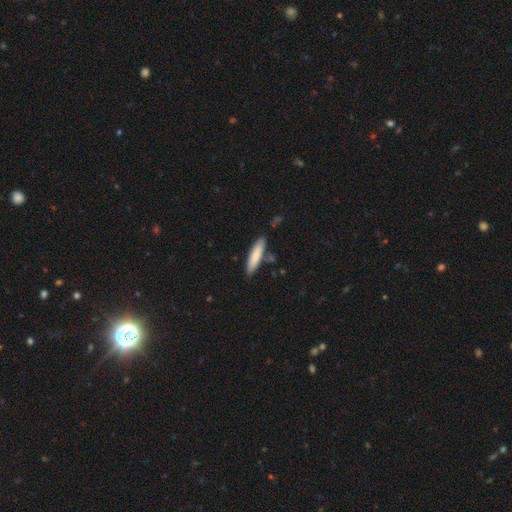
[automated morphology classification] Smooth or featured: smooth — 78% (featured or disk — 16%)
How rounded: cigar-shaped — 79% (in between — 20%)
Merging: none — 80% (minor disturbance — 12%)